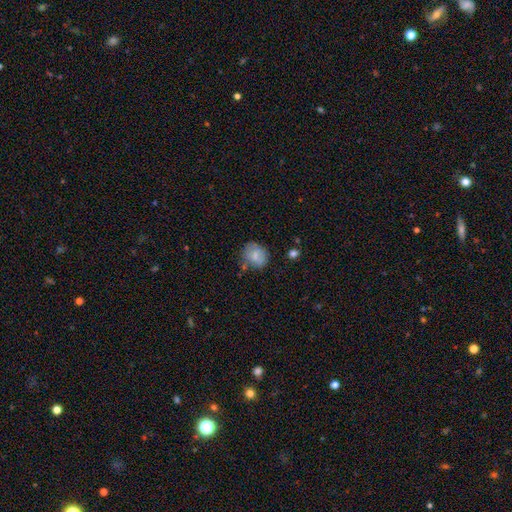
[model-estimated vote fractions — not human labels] A smooth galaxy with no disk features (71%) that is round (59%). Merging: none (57%).